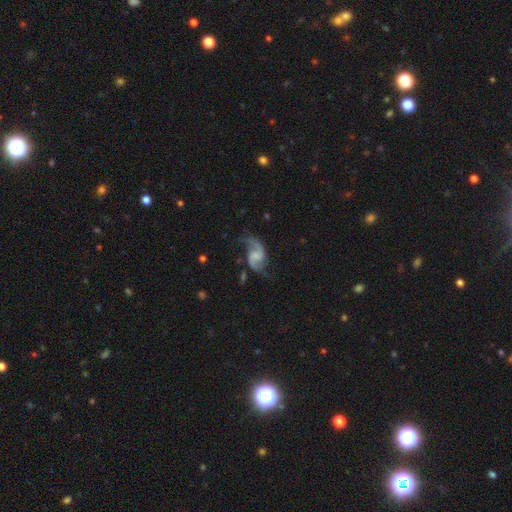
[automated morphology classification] featured or disk 89%, smooth 6%, star or artifact 5%. Down the decision tree: edge-on disk — no (98%); bar — weak (46%); spiral arms — yes (97%); spiral arm count — 2 (94%); spiral winding — loose (63%); bulge size — none (51%); merging — none (71%).